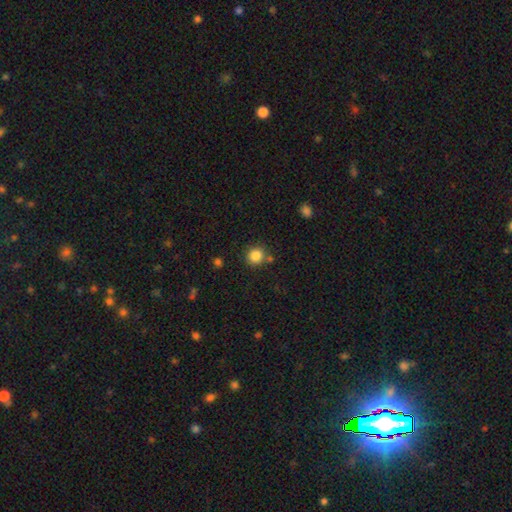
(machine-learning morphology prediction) smooth_or_featured: smooth (p=0.85) [alt: star or artifact p=0.11]
how_rounded: round (p=0.89) [alt: in between p=0.10]
merging: none (p=0.78) [alt: minor disturbance p=0.10]